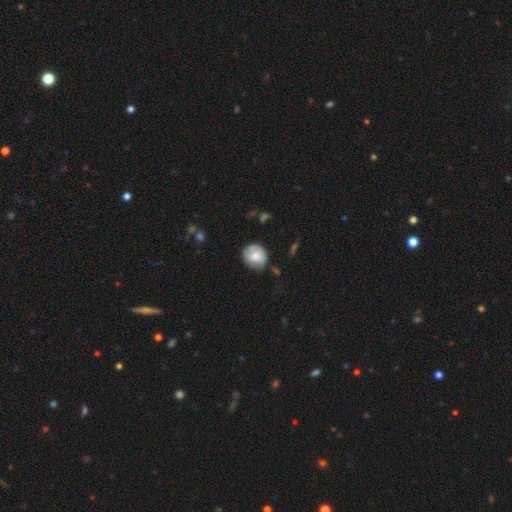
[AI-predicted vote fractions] This is likely a smooth galaxy (66%). How rounded: clearly round (83%). Merging: likely none (67%).